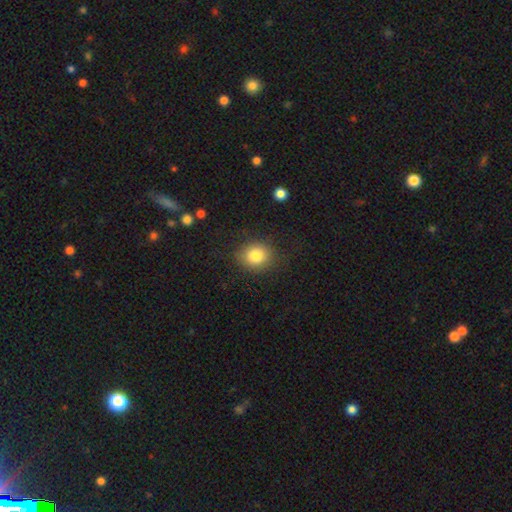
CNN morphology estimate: This appears to be a smooth galaxy with no disk features (82%) that is round (68%). Merging: none (82%).